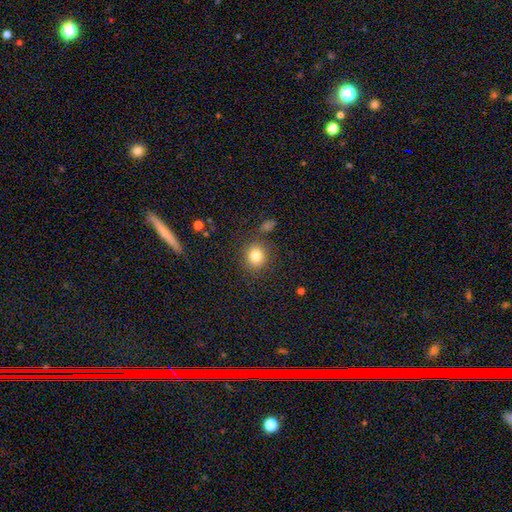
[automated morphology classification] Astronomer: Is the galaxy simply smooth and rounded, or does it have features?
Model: smooth — 82%.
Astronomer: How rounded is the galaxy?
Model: round — 84%.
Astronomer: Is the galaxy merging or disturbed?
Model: none — 84%.